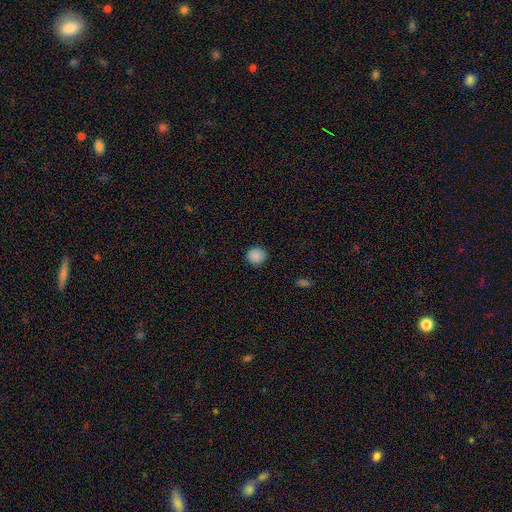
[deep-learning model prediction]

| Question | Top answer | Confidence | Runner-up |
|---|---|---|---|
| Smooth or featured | smooth | 88% | star or artifact (9%) |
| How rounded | round | 92% | in between (7%) |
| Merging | none | 90% | minor disturbance (7%) |